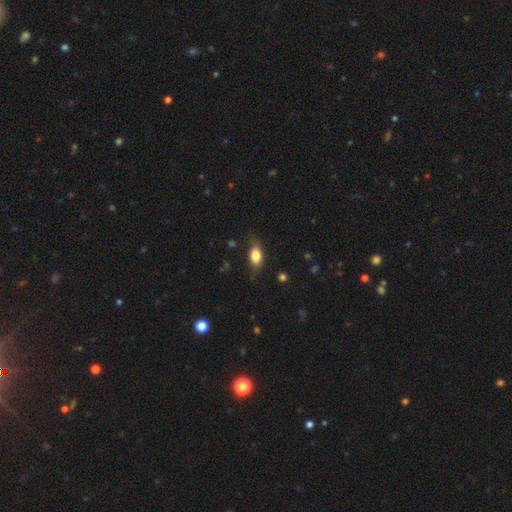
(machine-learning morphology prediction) The model was most divided on "merging": none: 70%, minor disturbance: 23%, major disturbance: 6%, merger: 1%. More confident: how rounded — in between (82%); smooth or featured — smooth (80%).